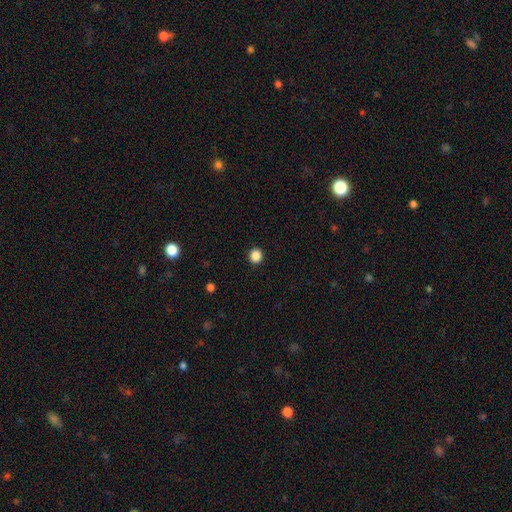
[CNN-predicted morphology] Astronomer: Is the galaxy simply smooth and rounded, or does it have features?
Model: smooth — 87%.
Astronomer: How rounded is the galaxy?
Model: round — 90%.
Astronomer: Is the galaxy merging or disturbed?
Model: none — 93%.